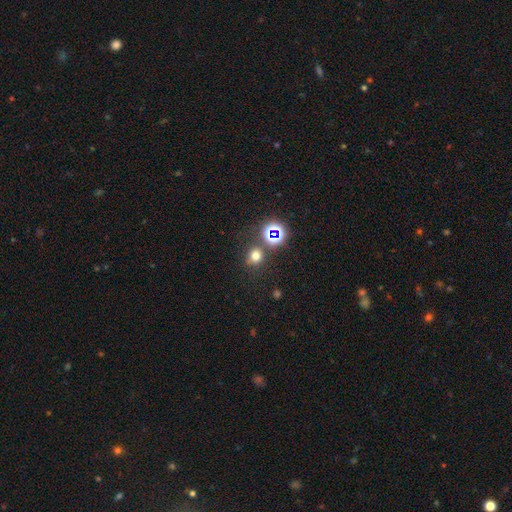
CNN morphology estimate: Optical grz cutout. It shows a smooth galaxy with no disk features (65%) that is round (82%). Merging: none (74%).